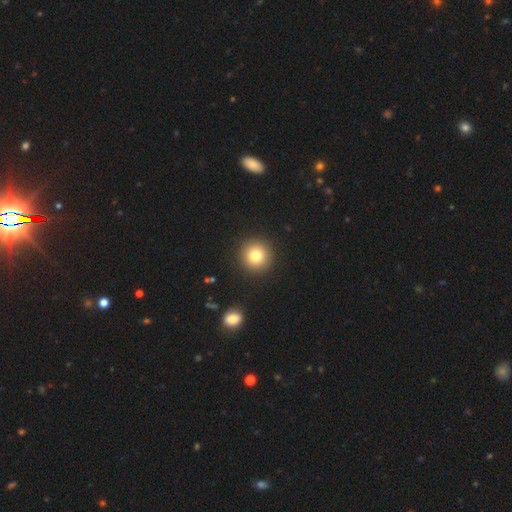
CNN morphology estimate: This is likely a smooth galaxy (80%). How rounded: clearly round (95%). Merging: clearly none (92%).